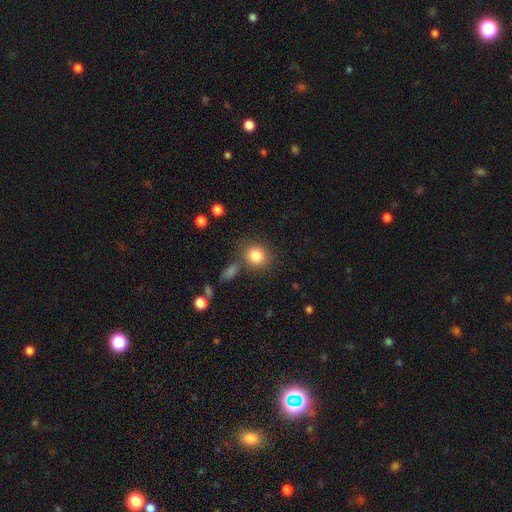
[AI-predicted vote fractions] This is clearly a smooth galaxy (83%). How rounded: likely round (79%). Merging: likely none (75%).